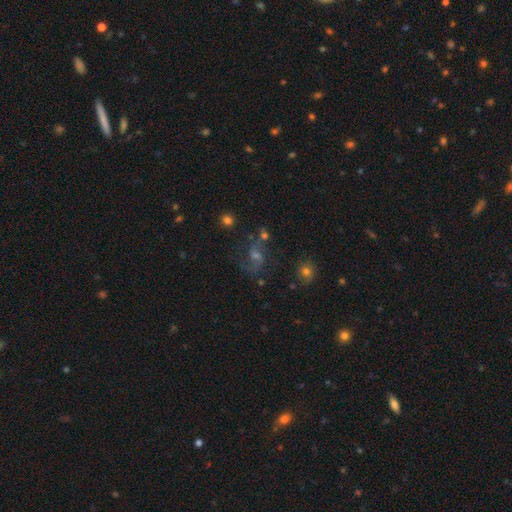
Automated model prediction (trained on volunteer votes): smooth_or_featured: featured or disk (p=0.69) [alt: star or artifact p=0.18]
disk_edge_on: no (p=0.97) [alt: yes p=0.03]
bar: weak (p=0.45) [alt: no p=0.43]
has_spiral_arms: yes (p=0.90) [alt: no p=0.10]
spiral_winding: loose (p=0.48) [alt: medium p=0.42]
spiral_arm_count: 2 (p=0.85) [alt: can't tell p=0.05]
bulge_size: moderate (p=0.43) [alt: small p=0.38]
merging: none (p=0.62) [alt: minor disturbance p=0.16]